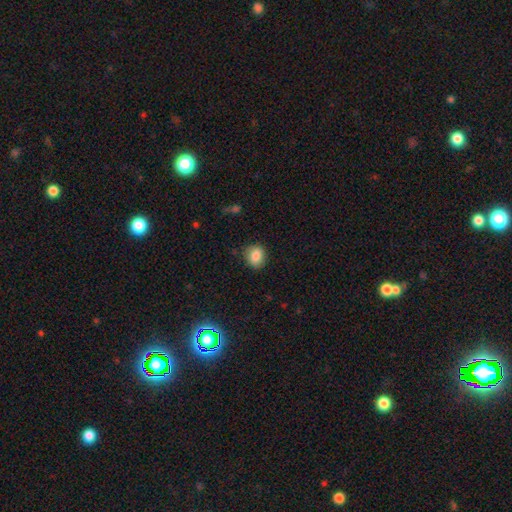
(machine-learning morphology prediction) Q: Smooth or featured?
A: smooth (85%); runner-up: star or artifact (9%)
Q: How rounded?
A: round (63%); runner-up: in between (36%)
Q: Merging?
A: none (81%); runner-up: minor disturbance (15%)